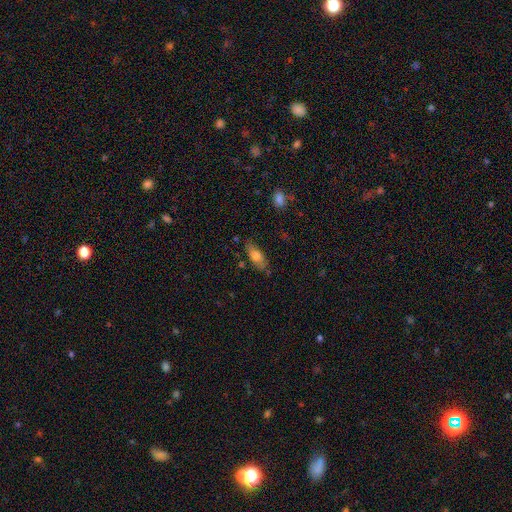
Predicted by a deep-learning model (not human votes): Smooth or featured? smooth (70%)
How rounded? in between (76%)
Merging? none (75%)